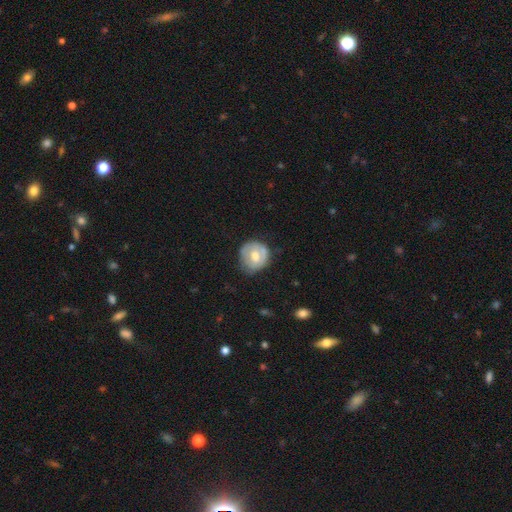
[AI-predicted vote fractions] Smooth or featured? Predicted: smooth (p=0.57). How rounded? Predicted: round (p=0.83). Merging? Predicted: none (p=0.60).